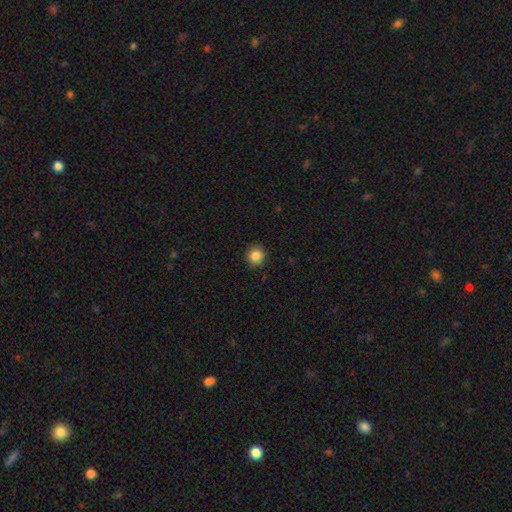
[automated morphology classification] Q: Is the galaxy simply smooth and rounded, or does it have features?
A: smooth — 86%.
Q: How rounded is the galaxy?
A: round — 93%.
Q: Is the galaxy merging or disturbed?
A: none — 91%.